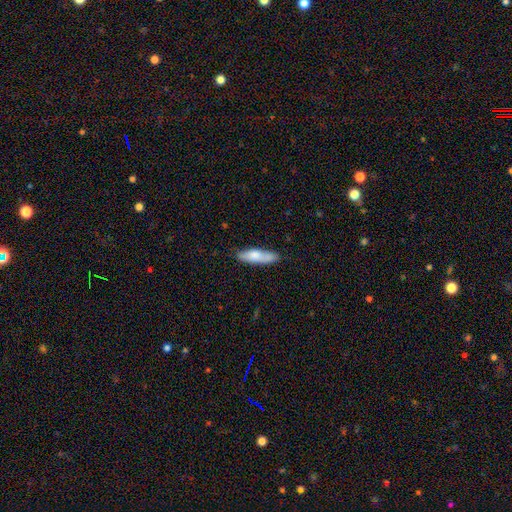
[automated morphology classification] Smooth or featured? Predicted: smooth (p=0.75). How rounded? Predicted: cigar-shaped (p=0.63). Merging? Predicted: none (p=0.75).